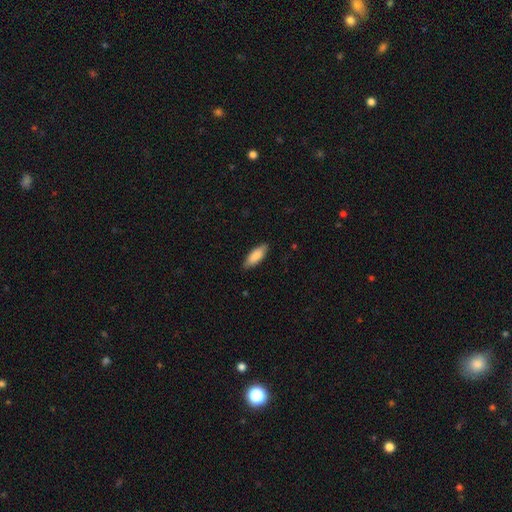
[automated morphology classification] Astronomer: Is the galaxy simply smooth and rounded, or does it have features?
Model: smooth — 87%.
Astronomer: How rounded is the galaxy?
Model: in between — 67%.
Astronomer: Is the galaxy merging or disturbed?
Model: none — 86%.